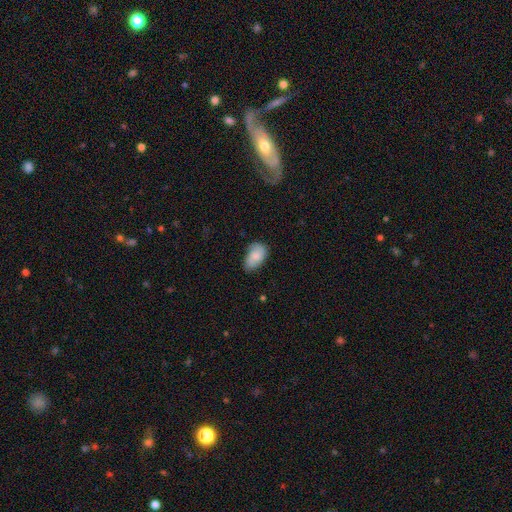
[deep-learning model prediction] Smooth or featured: smooth — 59% (featured or disk — 33%)
How rounded: in between — 89% (round — 9%)
Merging: none — 63% (minor disturbance — 28%)